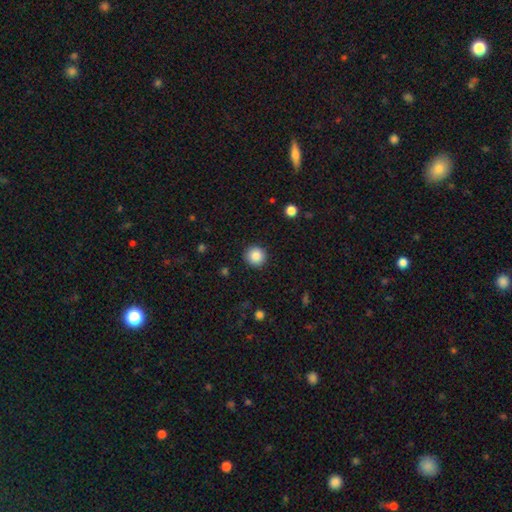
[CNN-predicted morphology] This appears to be a smooth galaxy with no disk features (86%) that is round (94%). Merging: none (92%).